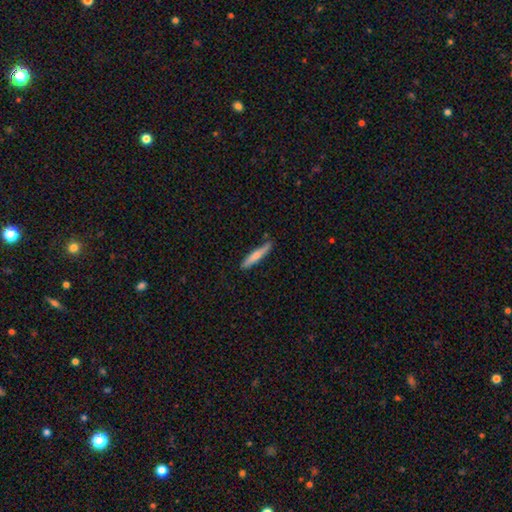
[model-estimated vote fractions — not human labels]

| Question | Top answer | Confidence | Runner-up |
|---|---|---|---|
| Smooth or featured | smooth | 70% | featured or disk (25%) |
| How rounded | cigar-shaped | 92% | in between (7%) |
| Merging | none | 83% | minor disturbance (13%) |